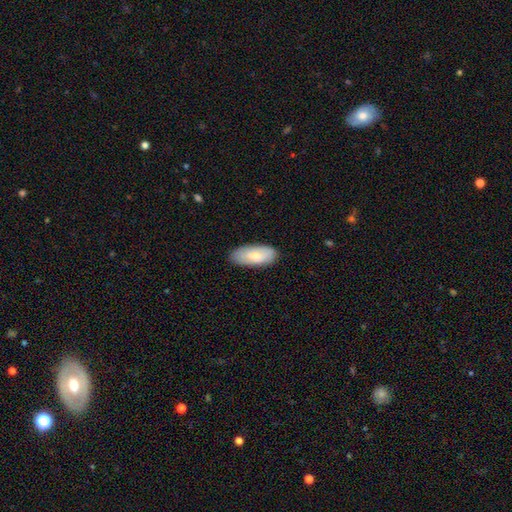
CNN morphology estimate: A smooth galaxy with no disk features (78%) that is in between round and cigar-shaped (85%).

Vote fractions:
- Smooth or featured? smooth: 78% / featured or disk: 17% / star or artifact: 5%
- How rounded? in between: 85% / cigar-shaped: 13% / round: 2%
- Merging? none: 85% / minor disturbance: 12% / major disturbance: 2% / merger: 1%